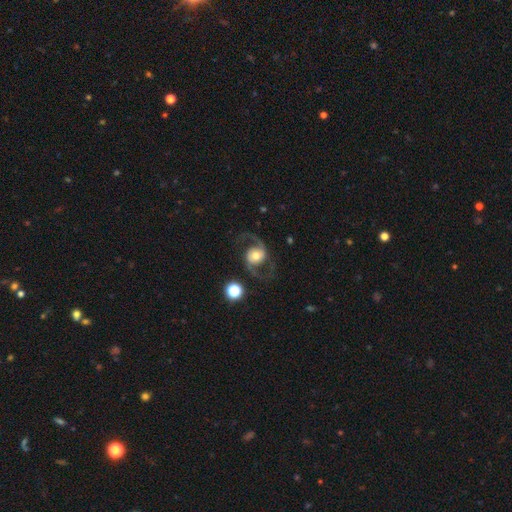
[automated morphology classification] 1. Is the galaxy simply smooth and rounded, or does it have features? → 86% featured or disk, 9% smooth, 6% star or artifact.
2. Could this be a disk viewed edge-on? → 98% no, 2% yes.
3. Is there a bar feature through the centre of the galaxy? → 63% no, 26% weak, 11% strong.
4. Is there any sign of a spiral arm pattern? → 95% yes, 5% no.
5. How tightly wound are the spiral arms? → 48% loose, 45% medium, 8% tight.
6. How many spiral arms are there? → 94% 2, 2% 1, 2% can't tell, 1% 3, 1% 4, 1% more than 4.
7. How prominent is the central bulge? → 62% moderate, 19% large, 14% small, 3% dominant, 2% none.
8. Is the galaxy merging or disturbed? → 74% none, 12% minor disturbance, 12% major disturbance, 2% merger.